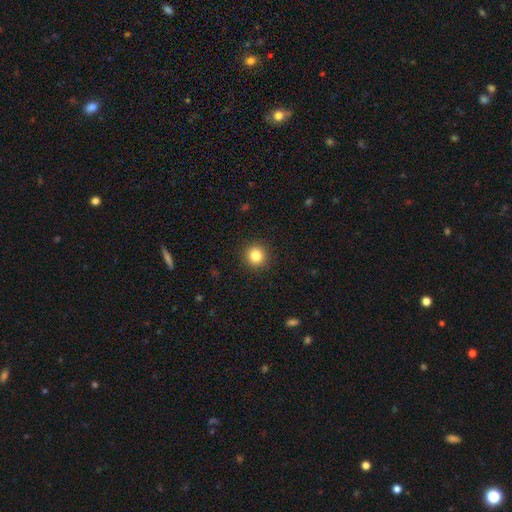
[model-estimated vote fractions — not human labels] Q: Smooth or featured?
A: smooth (83%); runner-up: star or artifact (11%)
Q: How rounded?
A: round (94%); runner-up: in between (5%)
Q: Merging?
A: none (92%); runner-up: minor disturbance (5%)